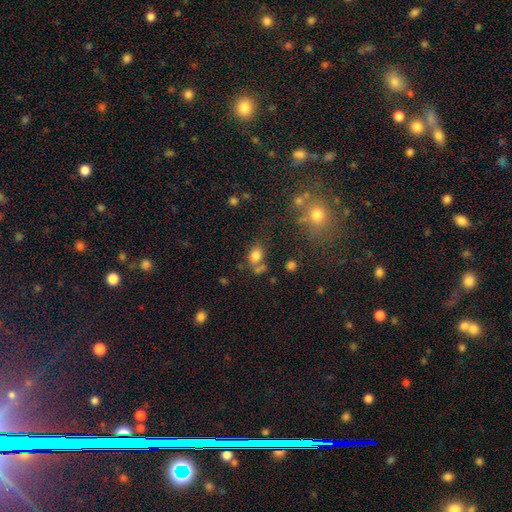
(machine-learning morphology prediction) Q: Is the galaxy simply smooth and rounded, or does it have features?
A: smooth — 78%.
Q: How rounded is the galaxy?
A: in between — 62%.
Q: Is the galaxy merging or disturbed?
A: none — 53%.